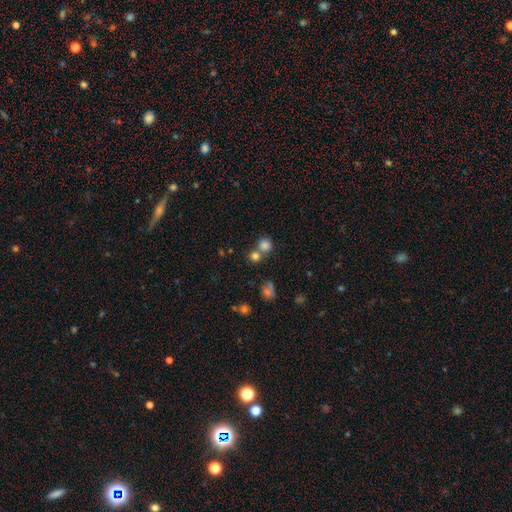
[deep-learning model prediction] A smooth galaxy with no disk features (77%) that is round (88%).

Vote fractions:
- Smooth or featured? smooth: 77% / star or artifact: 16% / featured or disk: 7%
- How rounded? round: 88% / in between: 11% / cigar-shaped: 1%
- Merging? none: 57% / merger: 34% / minor disturbance: 7% / major disturbance: 3%